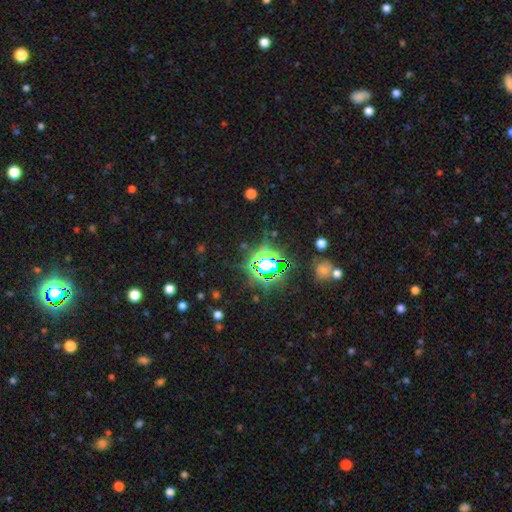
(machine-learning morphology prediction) Smooth or featured? star or artifact (75%)